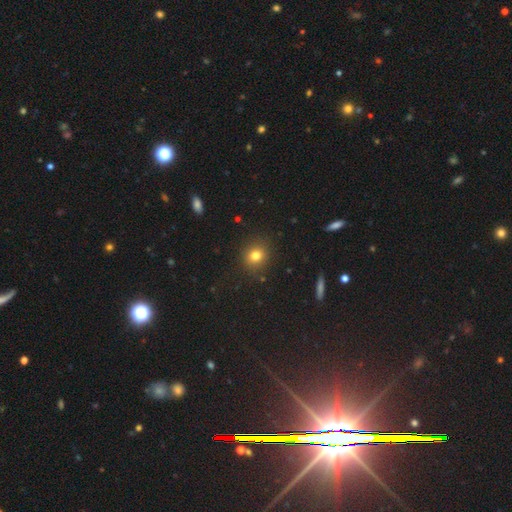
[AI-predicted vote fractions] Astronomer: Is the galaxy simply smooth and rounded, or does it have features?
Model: smooth — 78%.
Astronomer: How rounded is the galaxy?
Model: round — 84%.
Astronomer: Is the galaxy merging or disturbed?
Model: none — 88%.